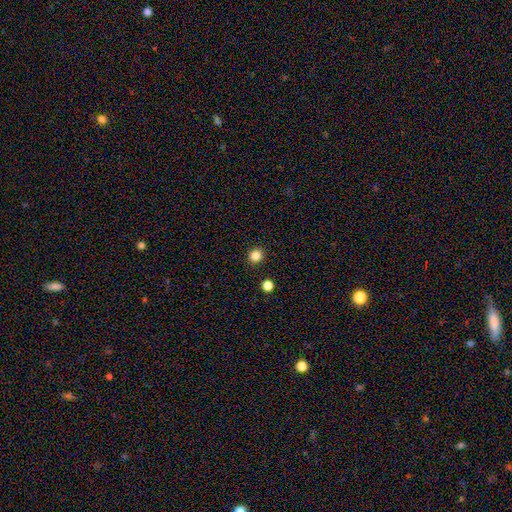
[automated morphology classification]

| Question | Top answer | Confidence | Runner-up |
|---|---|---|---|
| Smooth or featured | smooth | 83% | star or artifact (13%) |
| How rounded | round | 91% | in between (8%) |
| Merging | none | 93% | minor disturbance (4%) |